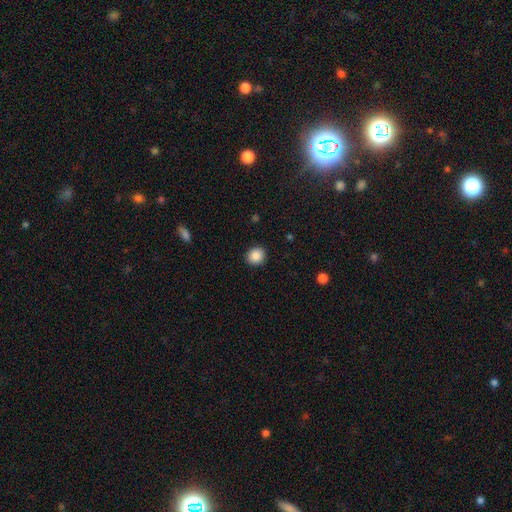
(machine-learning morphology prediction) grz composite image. It shows a smooth galaxy with no disk features (88%) that is round (85%). Merging: none (91%).